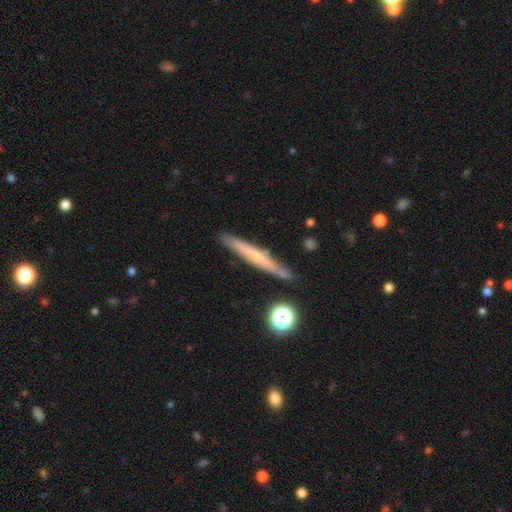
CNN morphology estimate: smooth-or-featured: featured or disk: 54% | smooth: 38% | star or artifact: 8%
  disk-edge-on: yes: 94% | no: 6%
    edge-on-bulge: rounded: 47% | none: 45% | boxy: 7%
  merging: none: 84% | minor disturbance: 11% | merger: 3% | major disturbance: 2%